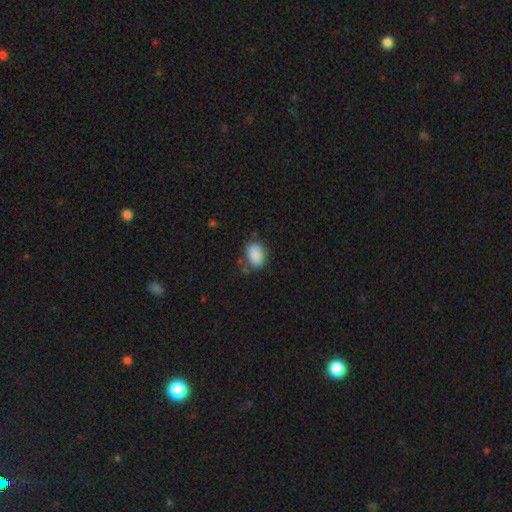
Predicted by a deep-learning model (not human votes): The model was most divided on "merging": none: 72%, minor disturbance: 20%, major disturbance: 5%, merger: 4%. More confident: smooth or featured — smooth (87%); how rounded — in between (80%).